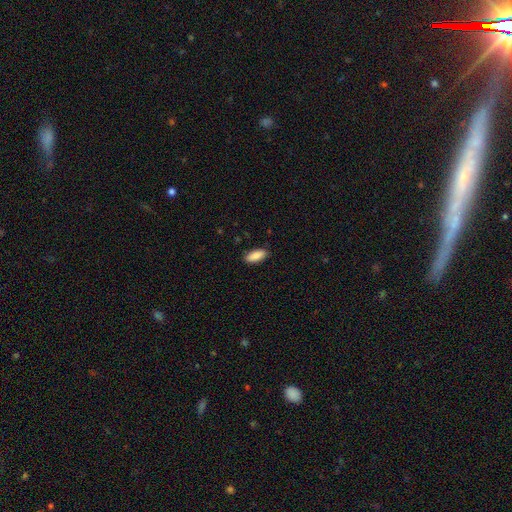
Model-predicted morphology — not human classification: smooth_or_featured: smooth (p=0.87) [alt: featured or disk p=0.07]
how_rounded: in between (p=0.86) [alt: cigar-shaped p=0.12]
merging: none (p=0.87) [alt: minor disturbance p=0.10]